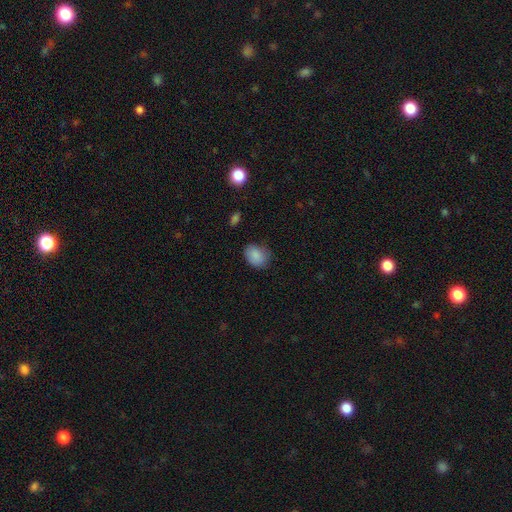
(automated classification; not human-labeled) This is clearly a smooth galaxy (87%). How rounded: possibly in between (54%). Merging: likely none (74%).